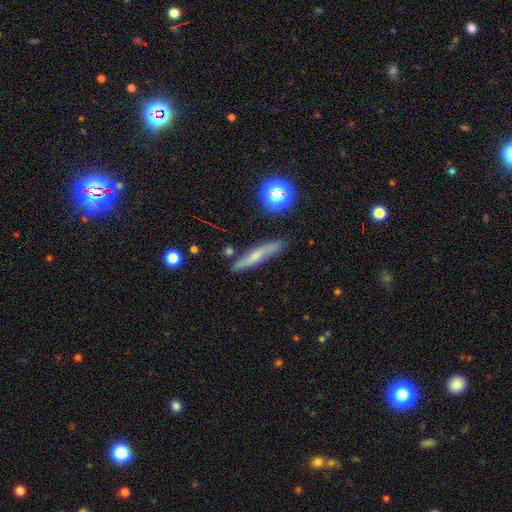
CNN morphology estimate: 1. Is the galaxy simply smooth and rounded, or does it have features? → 45% smooth, 43% featured or disk, 11% star or artifact.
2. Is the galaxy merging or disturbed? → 77% none, 16% minor disturbance, 4% merger, 4% major disturbance.